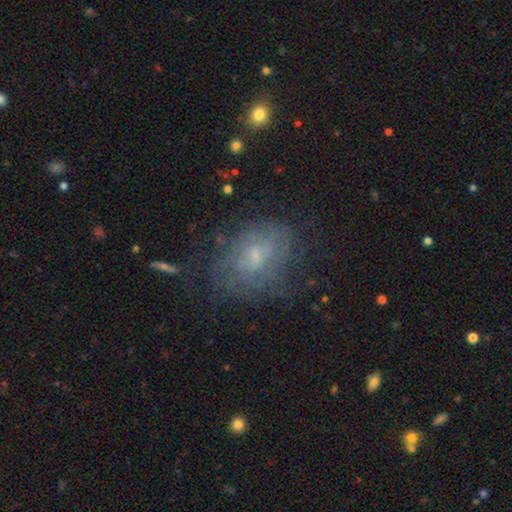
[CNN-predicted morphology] Q: Smooth or featured?
A: featured or disk (50%); runner-up: smooth (35%)
Q: Merging?
A: none (64%); runner-up: minor disturbance (22%)